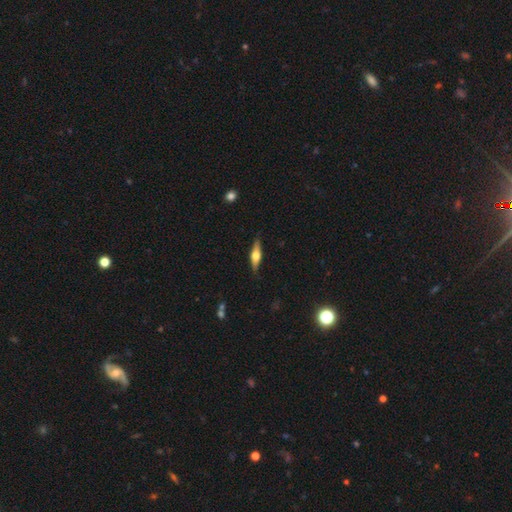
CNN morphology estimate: The model was most divided on "smooth or featured": featured or disk: 57%, smooth: 37%, star or artifact: 6%. More confident: edge-on disk — yes (95%); edge-on bulge — rounded (92%); merging — none (86%).